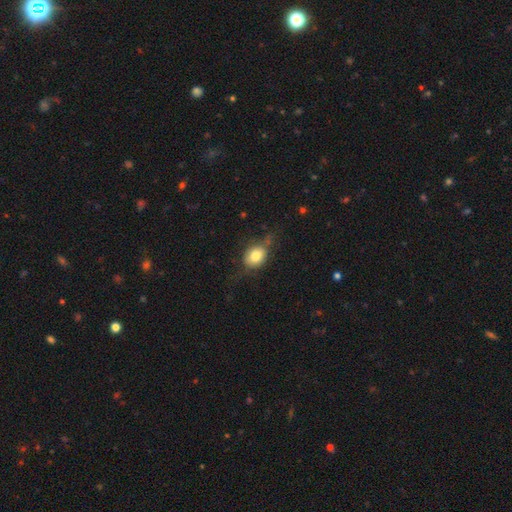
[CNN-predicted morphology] This appears to be a smooth galaxy with no disk features (74%) that is in between round and cigar-shaped (55%). Merging: none (55%).